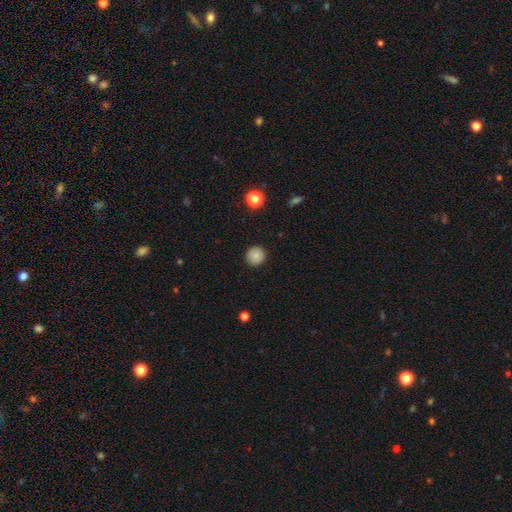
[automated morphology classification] This appears to be a smooth galaxy with no disk features (84%) that is round (93%). Merging: none (91%).